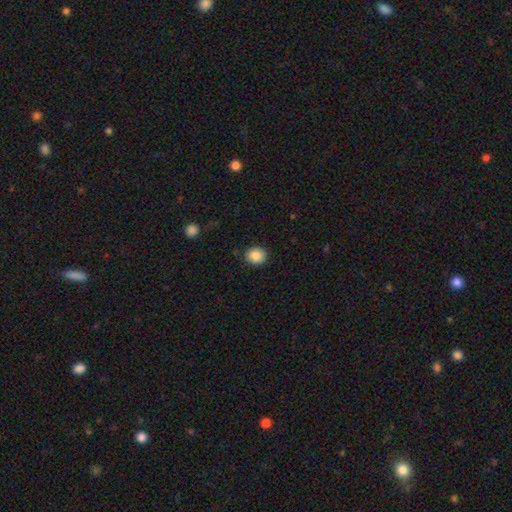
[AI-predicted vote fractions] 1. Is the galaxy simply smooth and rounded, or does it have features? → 86% smooth, 9% star or artifact, 5% featured or disk.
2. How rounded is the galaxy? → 72% round, 27% in between, 1% cigar-shaped.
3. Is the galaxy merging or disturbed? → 87% none, 10% minor disturbance, 2% major disturbance, 1% merger.